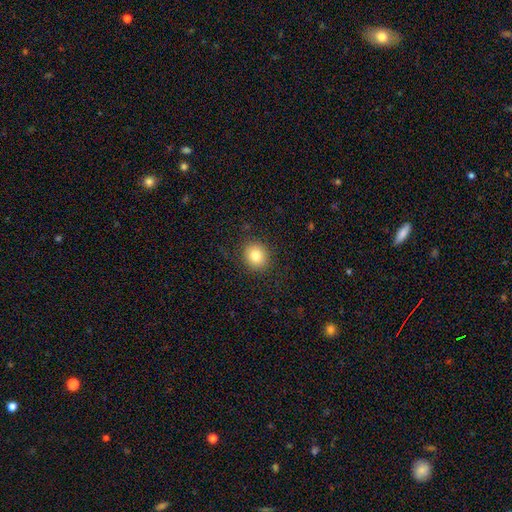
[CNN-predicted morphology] smooth_or_featured: smooth (p=0.81) [alt: star or artifact p=0.10]
how_rounded: round (p=0.81) [alt: in between p=0.18]
merging: none (p=0.89) [alt: minor disturbance p=0.07]